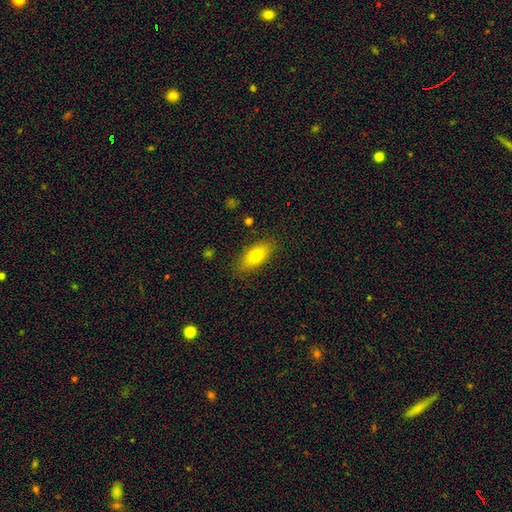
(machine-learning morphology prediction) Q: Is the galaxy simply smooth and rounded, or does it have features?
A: smooth — 74%.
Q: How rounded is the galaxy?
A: in between — 81%.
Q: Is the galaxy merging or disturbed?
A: none — 85%.